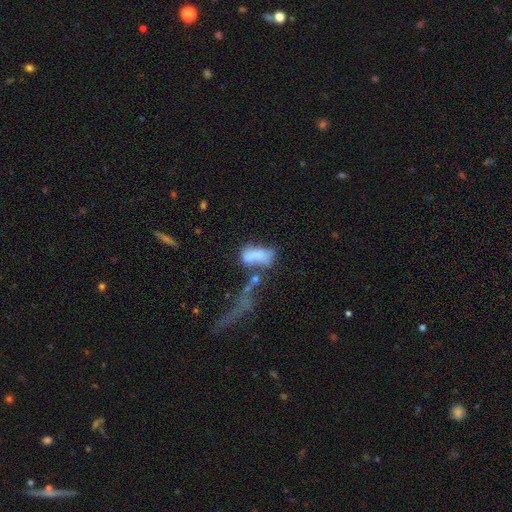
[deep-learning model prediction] Overall: smooth (65%). How rounded: in between (87%). Merging: merger (34%; major disturbance 32%).